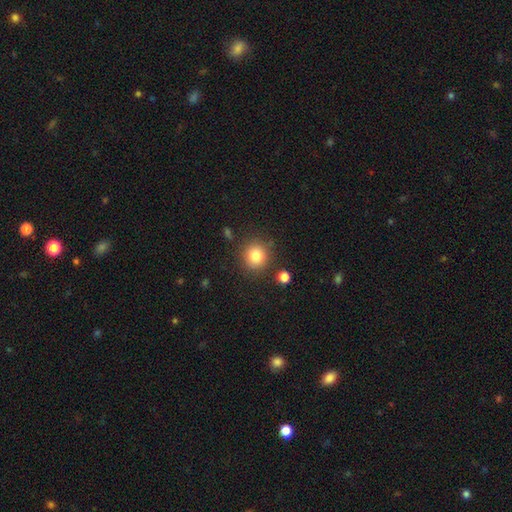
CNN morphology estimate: This is clearly a smooth galaxy (82%). How rounded: clearly round (90%). Merging: clearly none (85%).